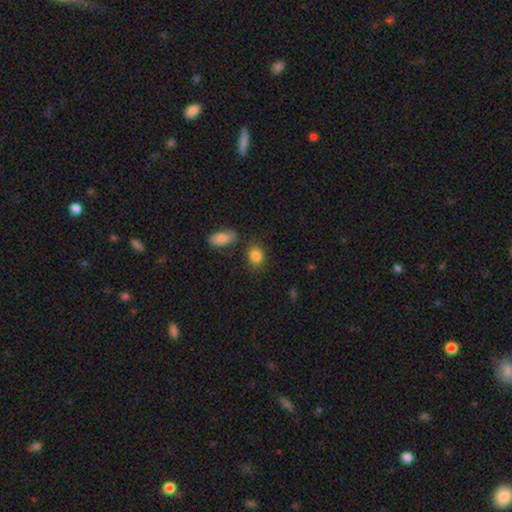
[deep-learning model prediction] Smooth or featured? Predicted: smooth (p=0.85). How rounded? Predicted: in between (p=0.58). Merging? Predicted: none (p=0.77).